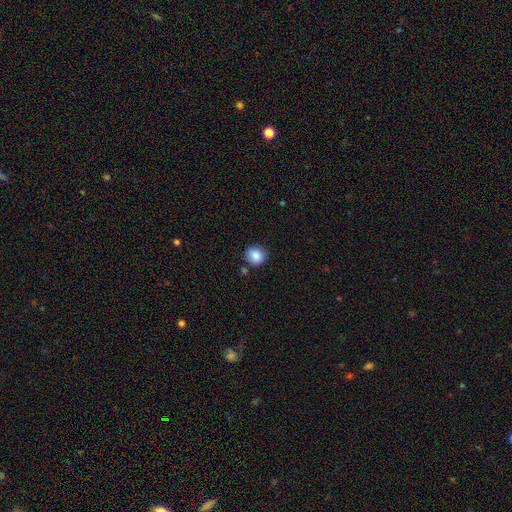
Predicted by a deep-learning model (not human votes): Morphology: type=smooth (86%); roundness=round (82%); merging=none (81%).